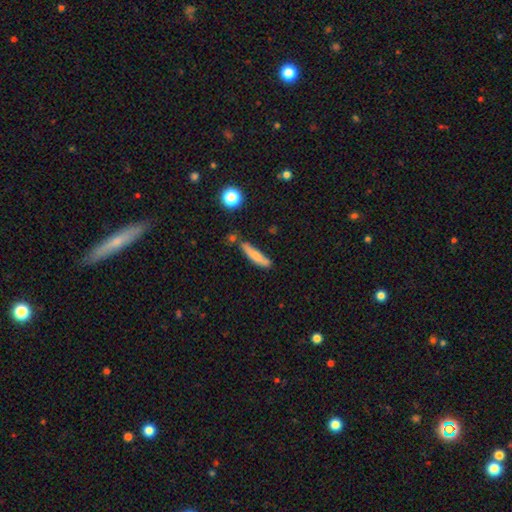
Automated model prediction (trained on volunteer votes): smooth-or-featured: smooth: 74% | featured or disk: 18% | star or artifact: 8%
  how-rounded: cigar-shaped: 85% | in between: 13% | round: 2%
  merging: none: 67% | minor disturbance: 20% | merger: 8% | major disturbance: 5%